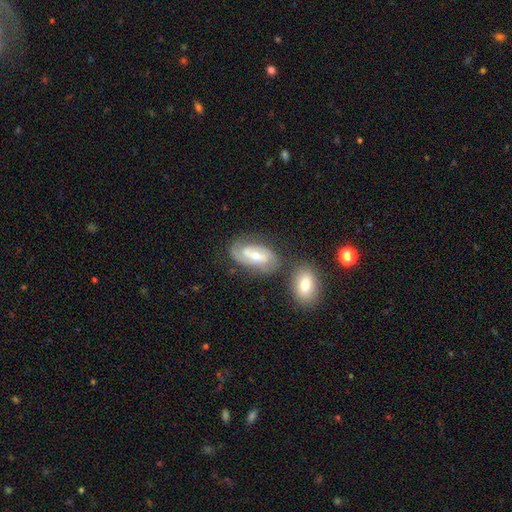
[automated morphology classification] Smooth or featured?
  - featured or disk: 72% *
  - smooth: 21%
  - star or artifact: 7%
Edge-on disk?
  - no: 94% *
  - yes: 6%
Bar?
  - weak: 46% *
  - no: 32%
  - strong: 22%
Spiral arms?
  - yes: 90% *
  - no: 10%
Spiral winding?
  - medium: 45% *
  - tight: 36%
  - loose: 19%
Spiral arm count?
  - 2: 72% *
  - can't tell: 14%
  - 1: 9%
  - 3: 4%
  - 4: 1%
  - more than 4: 1%
Bulge size?
  - moderate: 52% *
  - small: 42%
  - large: 3%
  - none: 2%
  - dominant: 1%
Merging?
  - none: 58% *
  - minor disturbance: 18%
  - merger: 15%
  - major disturbance: 8%